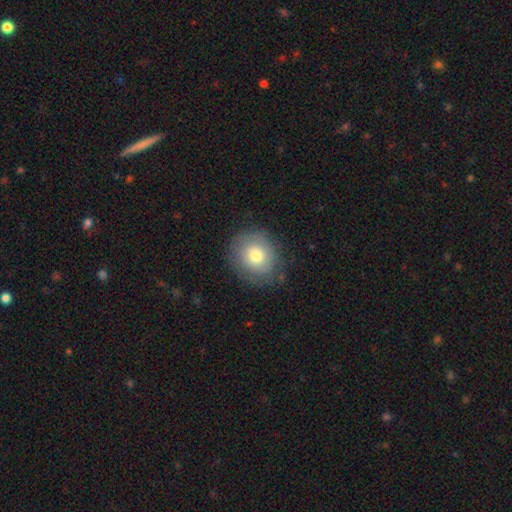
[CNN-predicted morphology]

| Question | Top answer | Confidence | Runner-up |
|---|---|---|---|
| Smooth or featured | smooth | 72% | featured or disk (20%) |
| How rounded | round | 75% | in between (24%) |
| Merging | none | 79% | minor disturbance (15%) |